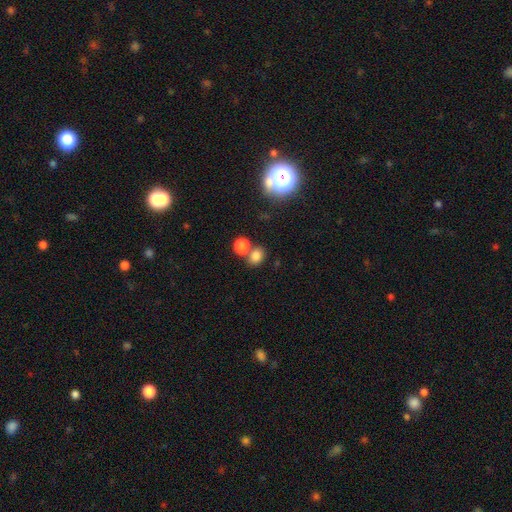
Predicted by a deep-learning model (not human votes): smooth-or-featured: smooth: 77% | star or artifact: 15% | featured or disk: 7%
  how-rounded: round: 57% | in between: 42% | cigar-shaped: 1%
  merging: none: 60% | merger: 27% | minor disturbance: 10% | major disturbance: 4%